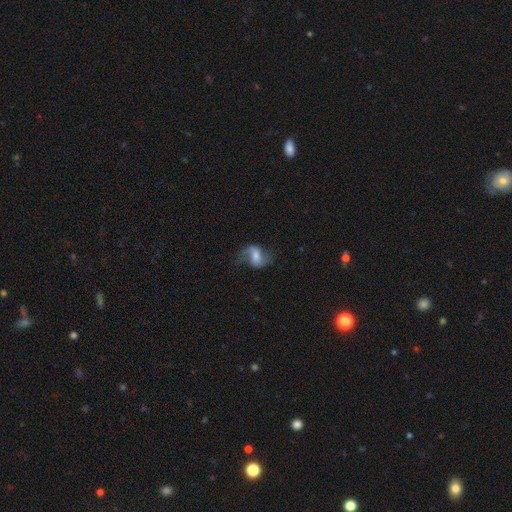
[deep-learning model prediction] Smooth or featured? featured or disk (64%)
Edge-on disk? no (96%)
Bar? weak (45%)
Spiral arms? yes (88%)
Spiral winding? loose (67%)
Spiral arm count? 2 (83%)
Bulge size? moderate (40%)
Merging? none (54%)